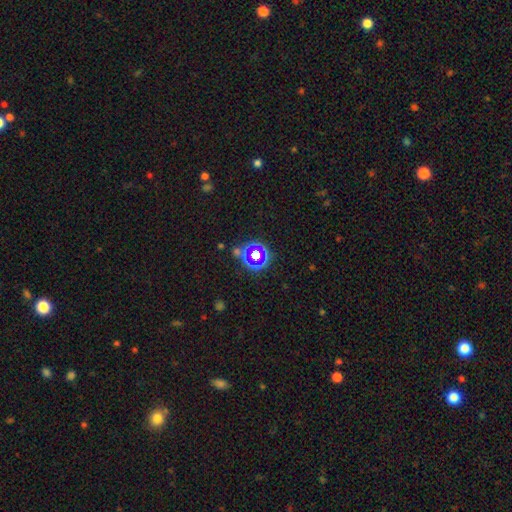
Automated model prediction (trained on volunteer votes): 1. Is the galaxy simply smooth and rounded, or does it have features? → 54% star or artifact, 33% smooth, 13% featured or disk.